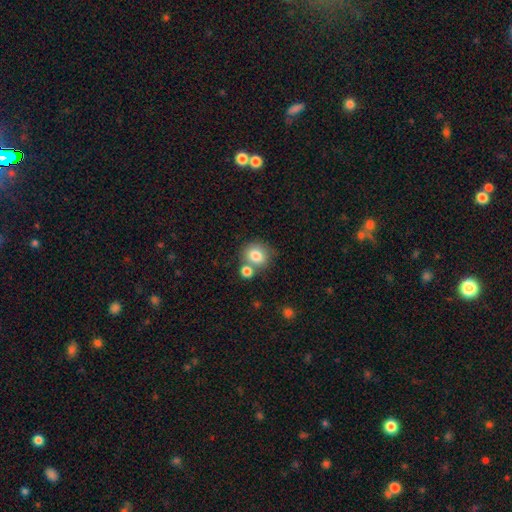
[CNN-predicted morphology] smooth-or-featured: smooth: 81% | star or artifact: 10% | featured or disk: 10%
  how-rounded: round: 77% | in between: 22% | cigar-shaped: 1%
  merging: none: 60% | merger: 27% | minor disturbance: 10% | major disturbance: 3%